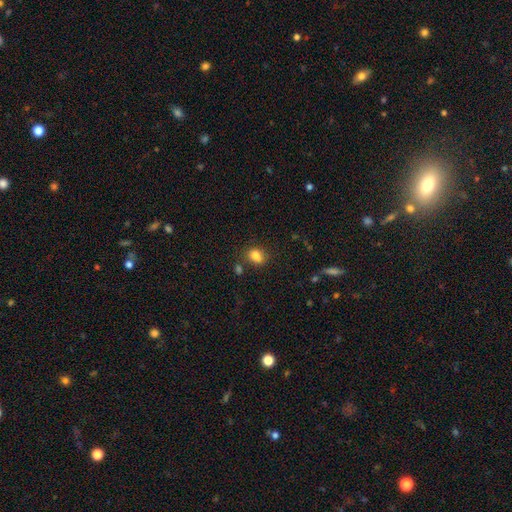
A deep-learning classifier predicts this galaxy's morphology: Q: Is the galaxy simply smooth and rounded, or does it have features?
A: smooth — 81%.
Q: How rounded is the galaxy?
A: in between — 66%.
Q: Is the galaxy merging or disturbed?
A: none — 63%.